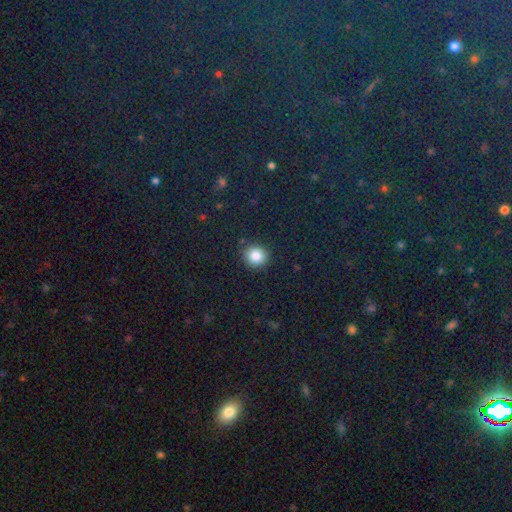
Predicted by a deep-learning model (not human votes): smooth-or-featured: smooth: 85% | star or artifact: 10% | featured or disk: 4%
  how-rounded: round: 91% | in between: 8% | cigar-shaped: 1%
  merging: none: 88% | minor disturbance: 8% | major disturbance: 3% | merger: 2%